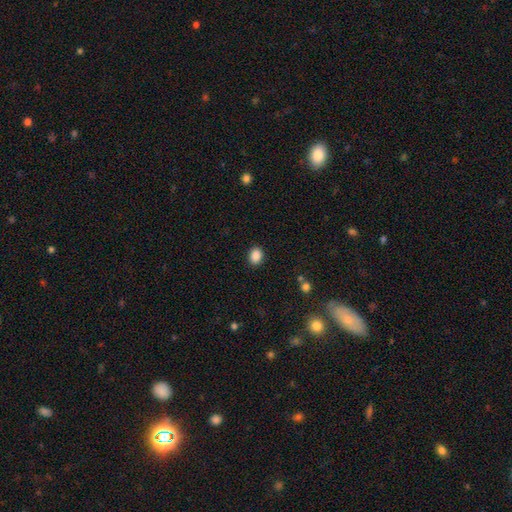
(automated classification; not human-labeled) This appears to be a smooth galaxy with no disk features (88%) that is in between round and cigar-shaped (60%). Merging: none (89%).